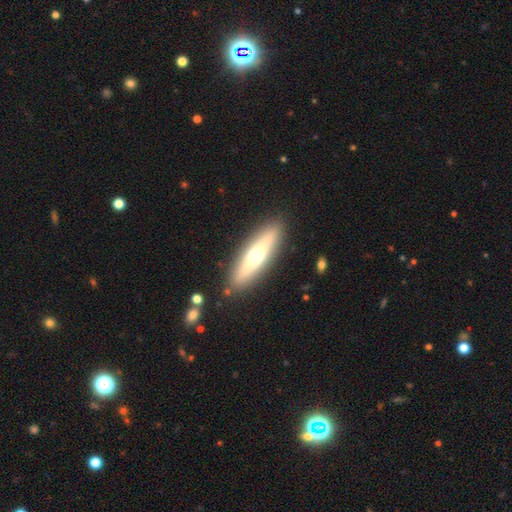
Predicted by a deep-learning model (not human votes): This is possibly a featured or disk galaxy (47%, tied with smooth). Merging: clearly none (88%).